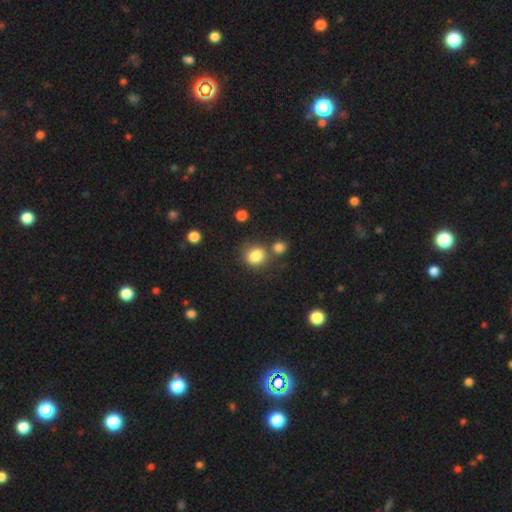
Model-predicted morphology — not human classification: Smooth or featured: smooth — 83% (star or artifact — 11%)
How rounded: round — 68% (in between — 31%)
Merging: none — 64% (merger — 19%)